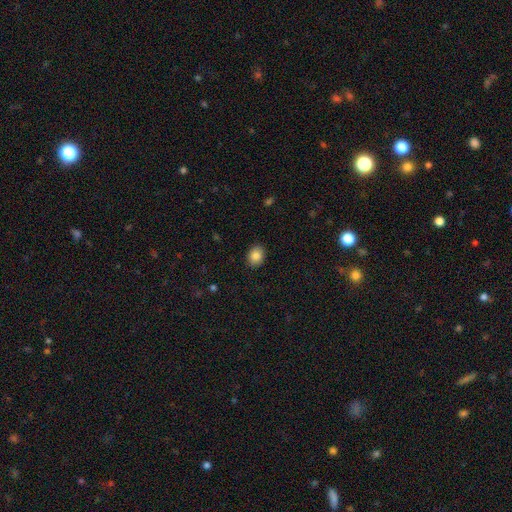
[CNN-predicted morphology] type=smooth (85%); roundness=in between (55%); merging=none (89%).